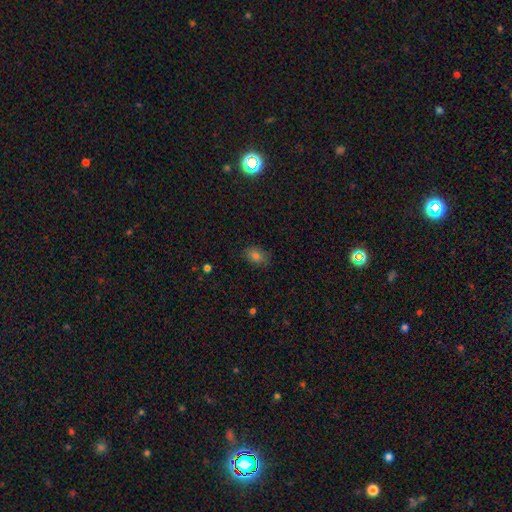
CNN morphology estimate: Overall: smooth (73%). How rounded: in between (72%). Merging: none (82%).